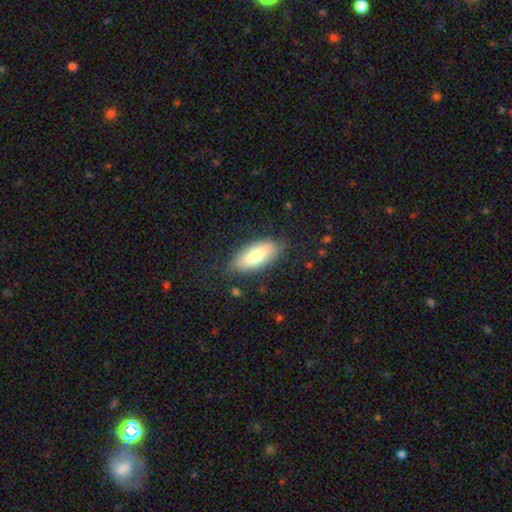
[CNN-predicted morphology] Smooth or featured? smooth (74%)
How rounded? in between (85%)
Merging? none (82%)